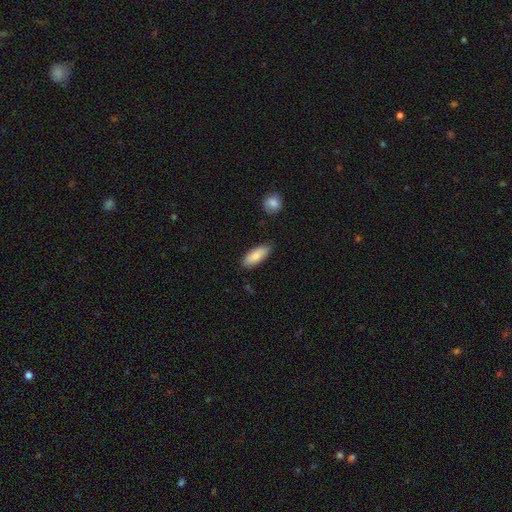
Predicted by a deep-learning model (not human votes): This is clearly a smooth galaxy (84%). How rounded: likely in between (78%). Merging: clearly none (80%).